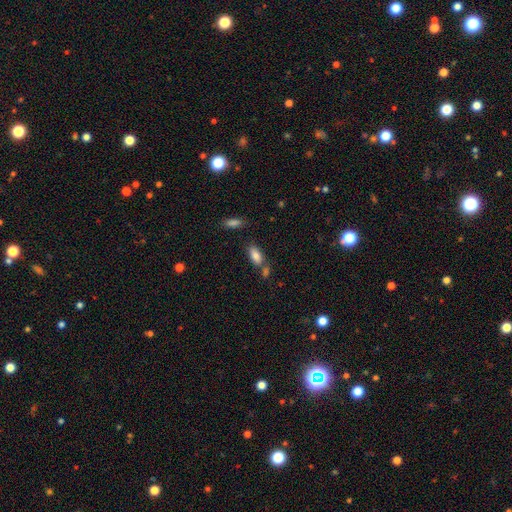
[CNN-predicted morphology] A smooth galaxy with no disk features (83%) that is in between round and cigar-shaped (89%).

Vote fractions:
- Smooth or featured? smooth: 83% / featured or disk: 9% / star or artifact: 8%
- How rounded? in between: 89% / cigar-shaped: 7% / round: 3%
- Merging? none: 59% / merger: 24% / minor disturbance: 13% / major disturbance: 4%